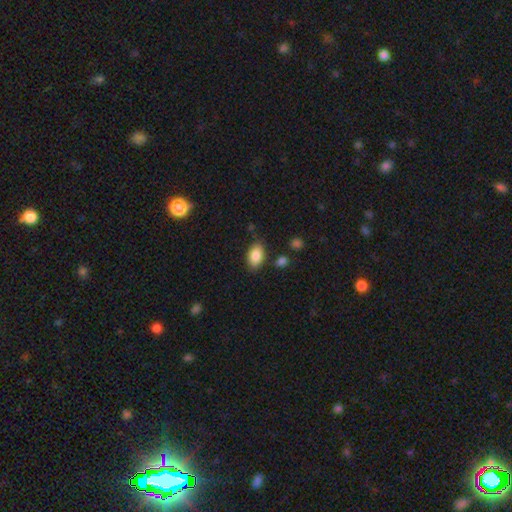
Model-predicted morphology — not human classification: Smooth or featured: smooth — 86% (star or artifact — 7%)
How rounded: in between — 91% (round — 7%)
Merging: none — 82% (minor disturbance — 12%)